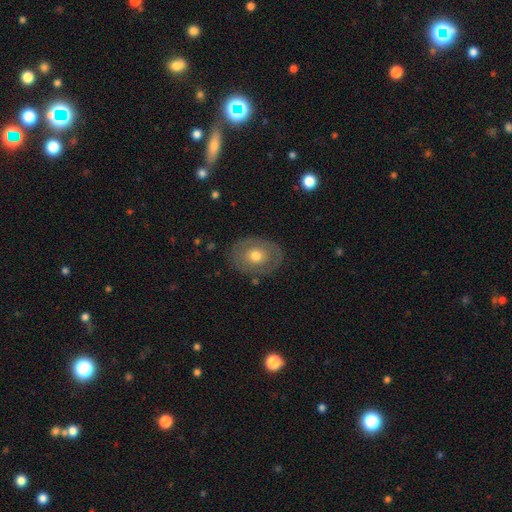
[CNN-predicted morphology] type=smooth (53%); roundness=in between (63%); merging=none (81%).